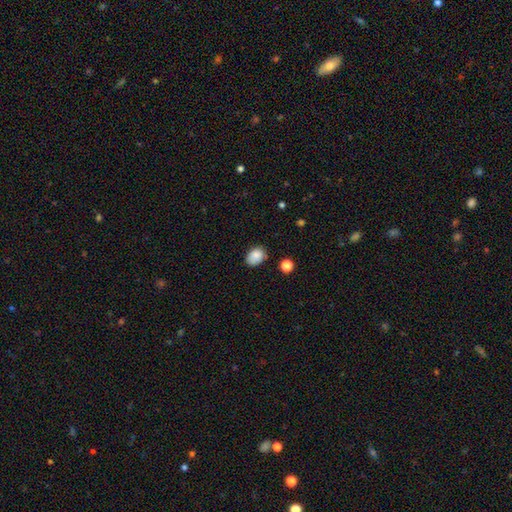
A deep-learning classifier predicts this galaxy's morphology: smooth-or-featured: smooth: 85% | star or artifact: 9% | featured or disk: 6%
  how-rounded: in between: 74% | round: 25% | cigar-shaped: 1%
  merging: none: 72% | minor disturbance: 21% | major disturbance: 4% | merger: 3%